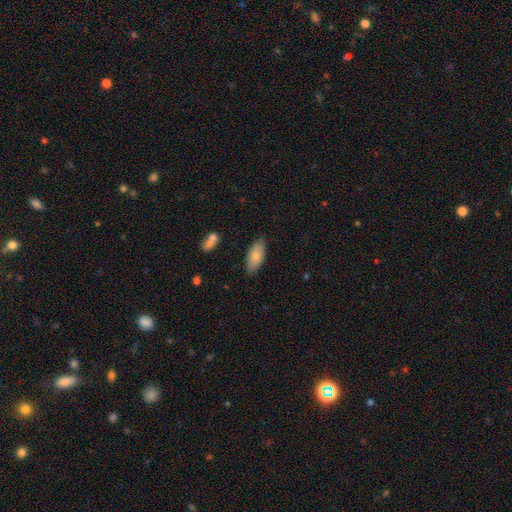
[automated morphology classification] Overall: smooth (80%). How rounded: in between (87%). Merging: none (84%).